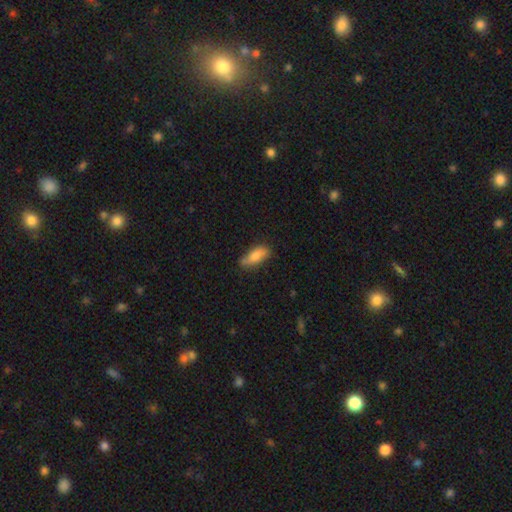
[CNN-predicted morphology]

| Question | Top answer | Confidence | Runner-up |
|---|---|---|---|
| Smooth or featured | smooth | 78% | featured or disk (15%) |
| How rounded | in between | 72% | cigar-shaped (25%) |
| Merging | none | 74% | minor disturbance (21%) |